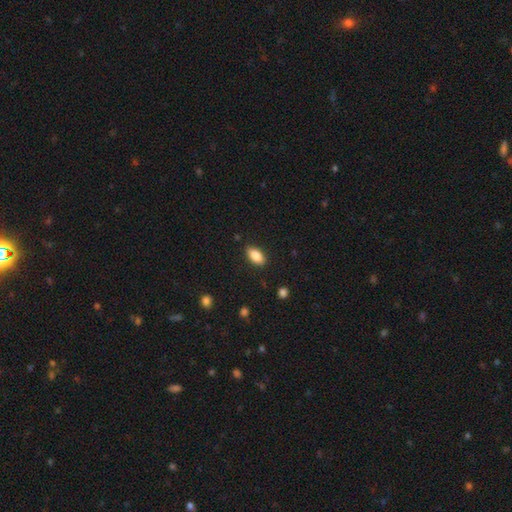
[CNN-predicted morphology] smooth 86%, star or artifact 7%, featured or disk 6%. Down the decision tree: how rounded — in between (90%); merging — none (86%).